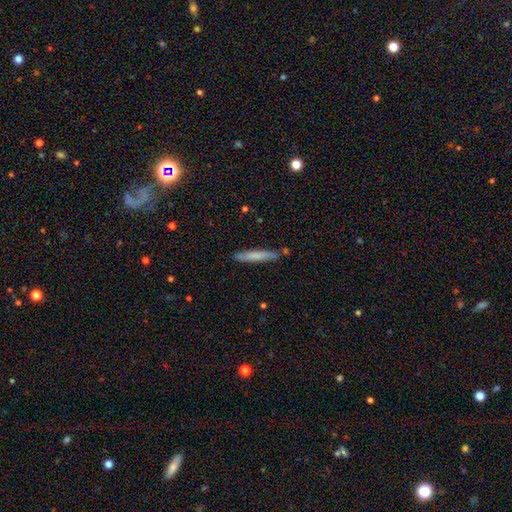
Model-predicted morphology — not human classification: Smooth or featured?
  - smooth: 69% *
  - featured or disk: 25%
  - star or artifact: 6%
How rounded?
  - cigar-shaped: 93% *
  - in between: 5%
  - round: 1%
Merging?
  - none: 82% *
  - minor disturbance: 13%
  - merger: 3%
  - major disturbance: 2%